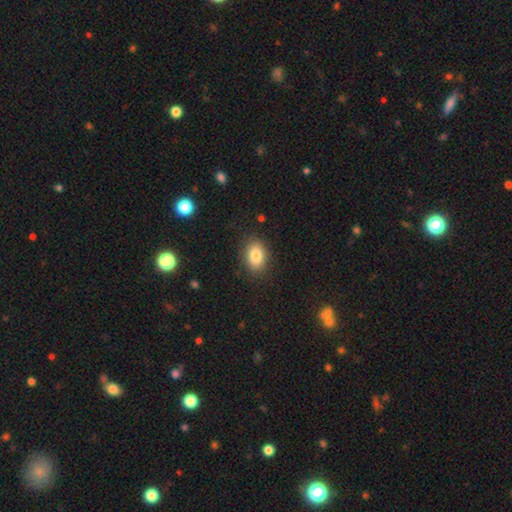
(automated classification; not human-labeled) A smooth galaxy with no disk features (83%) that is in between round and cigar-shaped (81%). Merging: none (86%).